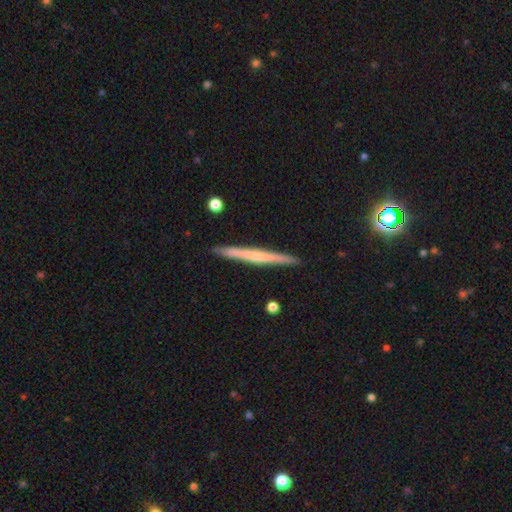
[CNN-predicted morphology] Overall: featured or disk (57%; smooth 37%). Edge-on disk: yes (97%). Edge-on bulge: none (64%; rounded 28%). Merging: none (91%).